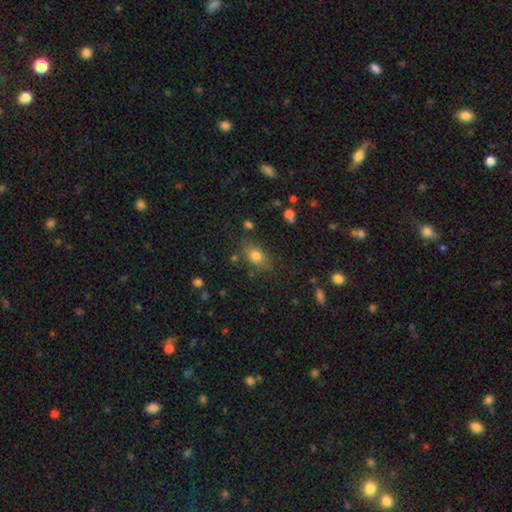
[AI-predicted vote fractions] Morphology: type=smooth (79%); roundness=in between (80%); merging=none (77%).